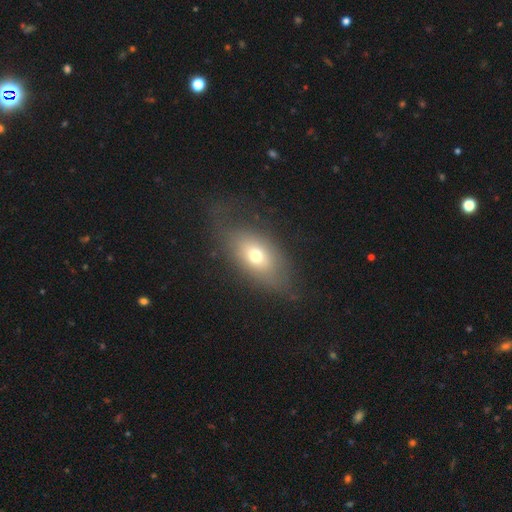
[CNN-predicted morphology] The model was most divided on "smooth or featured": smooth: 64%, featured or disk: 26%, star or artifact: 10%. More confident: how rounded — in between (84%); merging — none (63%).